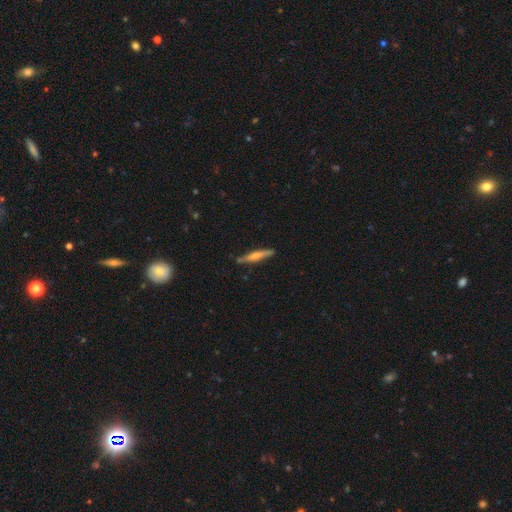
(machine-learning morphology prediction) Overall: featured or disk (61%; smooth 33%). Edge-on disk: yes (96%). Edge-on bulge: rounded (78%). Merging: none (85%).